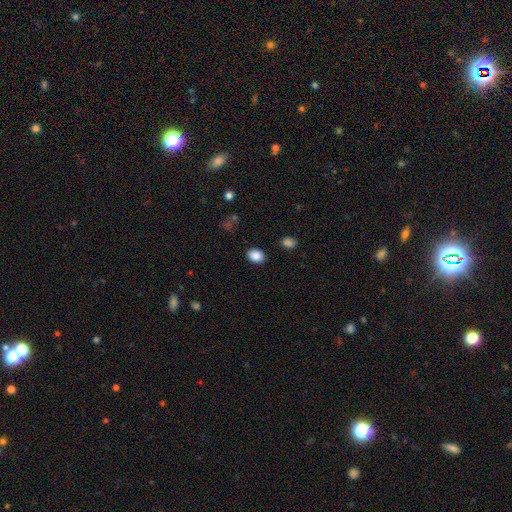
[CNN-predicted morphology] Smooth or featured?
  - smooth: 87% *
  - star or artifact: 9%
  - featured or disk: 4%
How rounded?
  - in between: 64% *
  - round: 35%
  - cigar-shaped: 1%
Merging?
  - none: 87% *
  - minor disturbance: 8%
  - major disturbance: 3%
  - merger: 2%